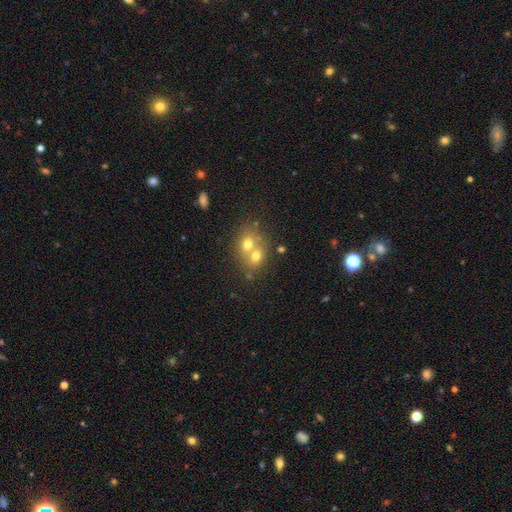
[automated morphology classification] smooth 65%, featured or disk 22%, star or artifact 13%. Down the decision tree: how rounded — round (54%); merging — merger (65%).